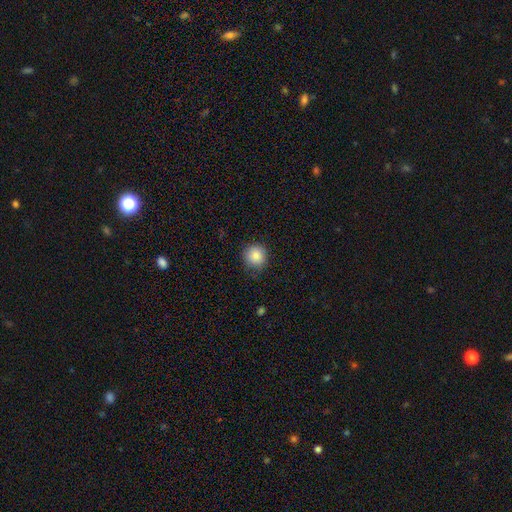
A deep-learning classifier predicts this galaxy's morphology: This appears to be a smooth galaxy with no disk features (86%) that is round (92%). Merging: none (84%).